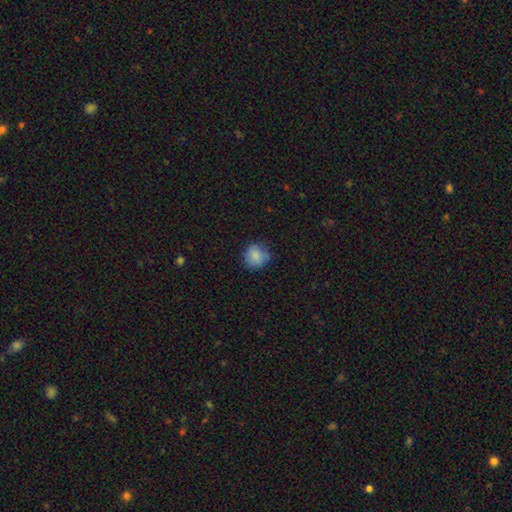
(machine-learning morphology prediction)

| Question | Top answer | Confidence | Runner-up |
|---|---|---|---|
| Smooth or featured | smooth | 85% | star or artifact (9%) |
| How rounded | round | 85% | in between (14%) |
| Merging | none | 75% | minor disturbance (19%) |